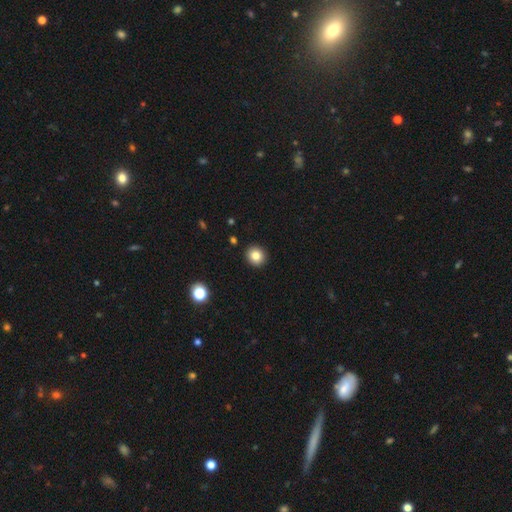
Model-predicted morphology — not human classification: This is clearly a smooth galaxy (83%). How rounded: clearly round (88%). Merging: clearly none (92%).